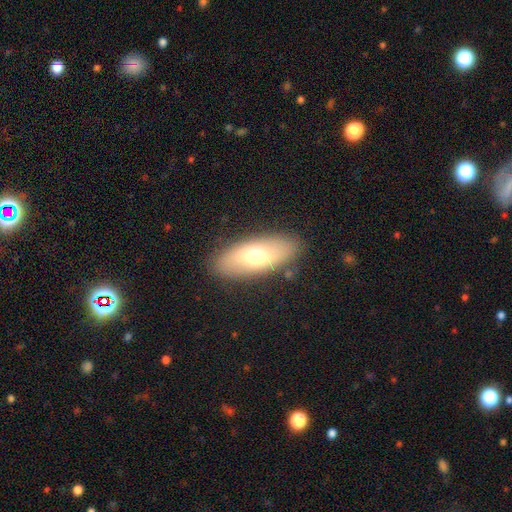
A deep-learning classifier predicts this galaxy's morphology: The model was most divided on "smooth or featured": smooth: 61%, featured or disk: 32%, star or artifact: 7%. More confident: merging — none (87%); how rounded — in between (82%).